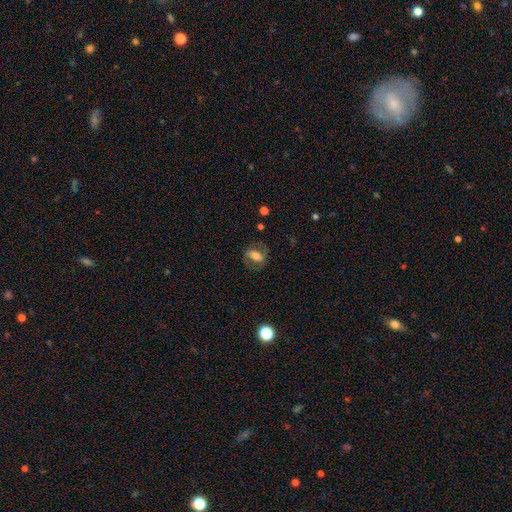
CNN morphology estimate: Smooth or featured? featured or disk (52%)
Edge-on disk? no (94%)
Merging? none (70%)